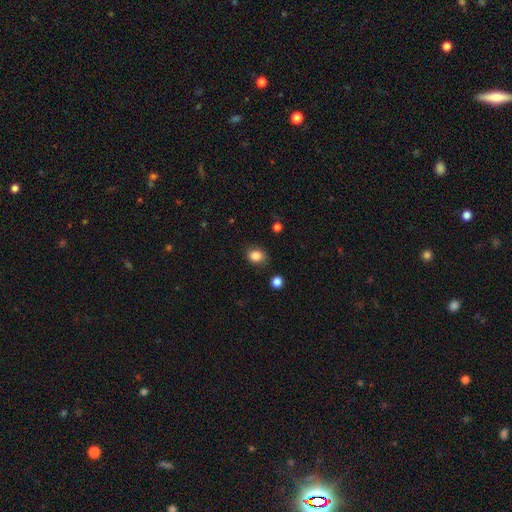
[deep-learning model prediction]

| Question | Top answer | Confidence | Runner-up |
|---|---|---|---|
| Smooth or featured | smooth | 85% | star or artifact (10%) |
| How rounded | round | 57% | in between (42%) |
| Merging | none | 79% | minor disturbance (16%) |